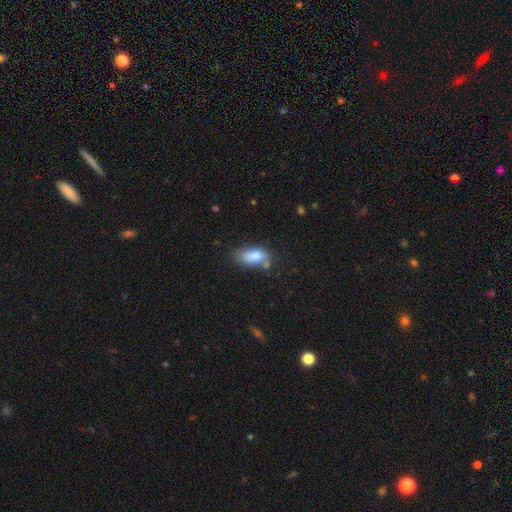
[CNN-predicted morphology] Smooth or featured?
  - smooth: 79% *
  - featured or disk: 13%
  - star or artifact: 8%
How rounded?
  - in between: 88% *
  - cigar-shaped: 8%
  - round: 4%
Merging?
  - none: 53% *
  - minor disturbance: 27%
  - merger: 12%
  - major disturbance: 8%